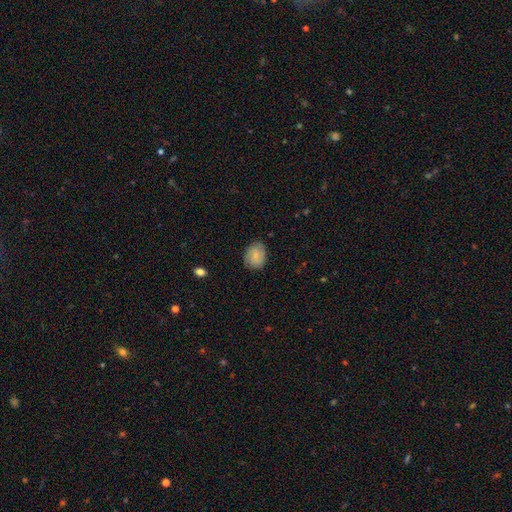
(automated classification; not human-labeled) The model was most divided on "how rounded": in between: 58%, round: 41%, cigar-shaped: 1%. More confident: merging — none (79%); smooth or featured — smooth (60%).